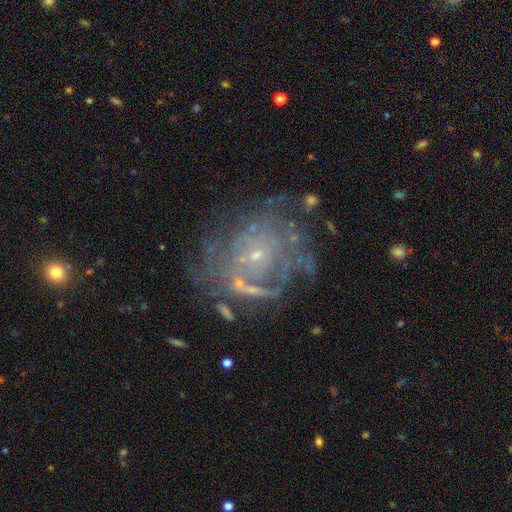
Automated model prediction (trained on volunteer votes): The model was most divided on "spiral winding": tight: 64%, medium: 25%, loose: 10%. More confident: edge-on disk — no (97%); bulge size — small (82%); spiral arms — yes (80%); bar — no (78%); smooth or featured — featured or disk (76%); merging — none (63%); spiral arm count — can't tell (51%).